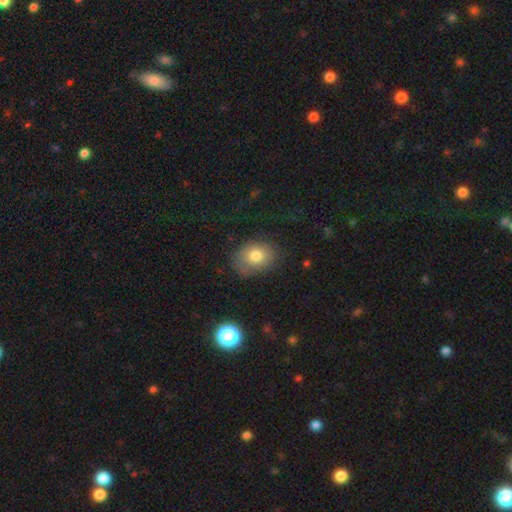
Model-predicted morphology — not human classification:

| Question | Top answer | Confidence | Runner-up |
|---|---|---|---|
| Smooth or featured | smooth | 78% | featured or disk (12%) |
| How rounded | in between | 58% | round (41%) |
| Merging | none | 69% | minor disturbance (22%) |